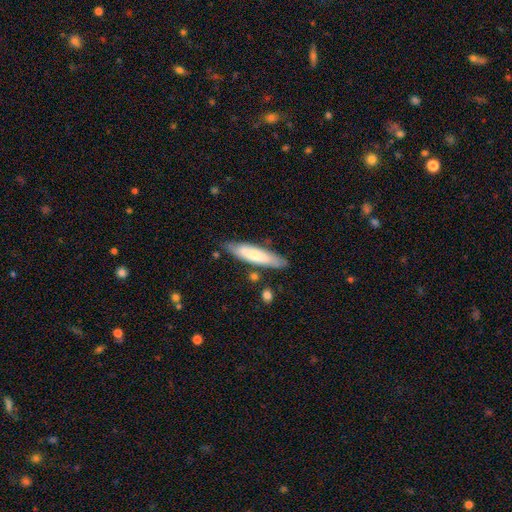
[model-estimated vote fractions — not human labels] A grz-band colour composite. It shows a smooth galaxy with no disk features (62%) that is cigar-shaped (74%). Merging: none (79%).